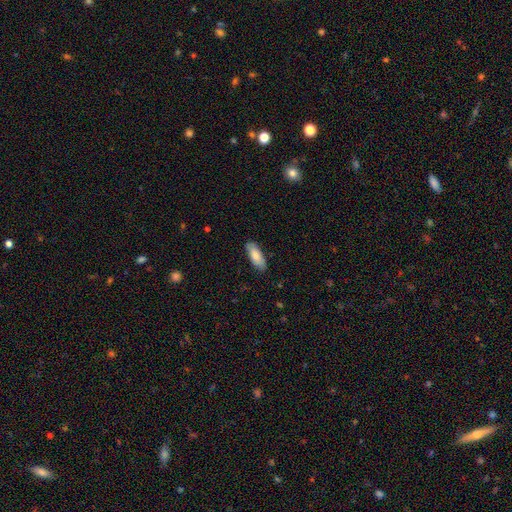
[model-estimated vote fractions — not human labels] This appears to be a smooth galaxy with no disk features (79%) that is in between round and cigar-shaped (77%). Merging: none (83%).